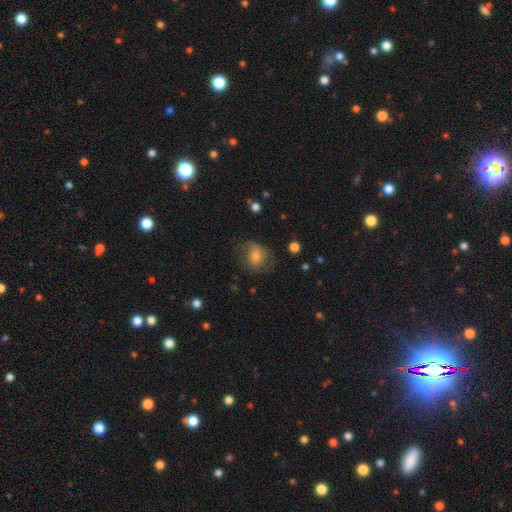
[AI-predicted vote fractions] smooth 61%, featured or disk 28%, star or artifact 11%. Down the decision tree: how rounded — round (55%); merging — none (55%).